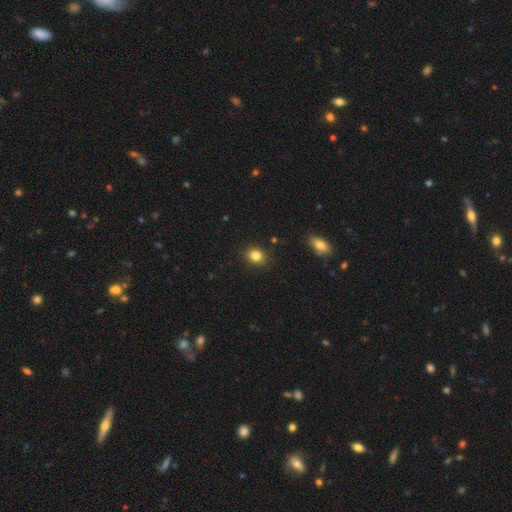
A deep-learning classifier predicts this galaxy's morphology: Overall: smooth (84%). How rounded: round (57%; in between 42%). Merging: none (86%).